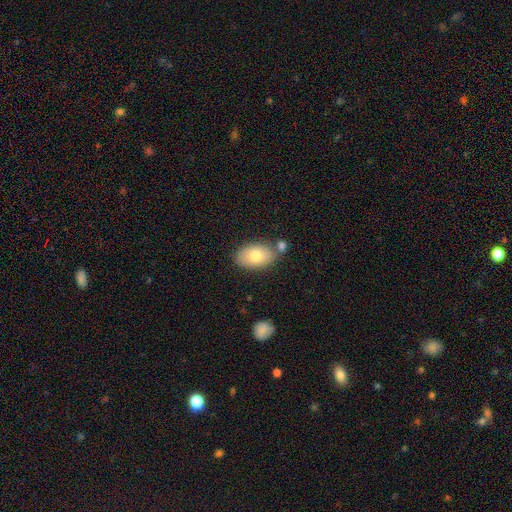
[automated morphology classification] The model was most divided on "merging": none: 70%, minor disturbance: 14%, merger: 12%, major disturbance: 3%. More confident: how rounded — in between (91%); smooth or featured — smooth (76%).